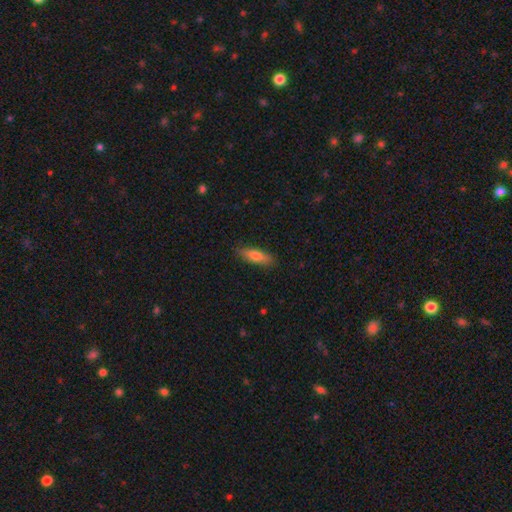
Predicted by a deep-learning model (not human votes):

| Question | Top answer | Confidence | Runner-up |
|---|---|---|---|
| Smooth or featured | smooth | 73% | featured or disk (20%) |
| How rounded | cigar-shaped | 50% | in between (48%) |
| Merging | none | 86% | minor disturbance (11%) |